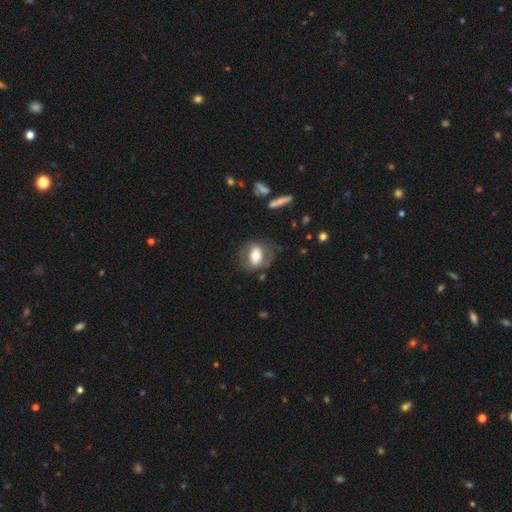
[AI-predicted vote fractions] The model was most divided on "how rounded": in between: 59%, round: 39%, cigar-shaped: 2%. More confident: merging — none (71%); smooth or featured — smooth (58%).